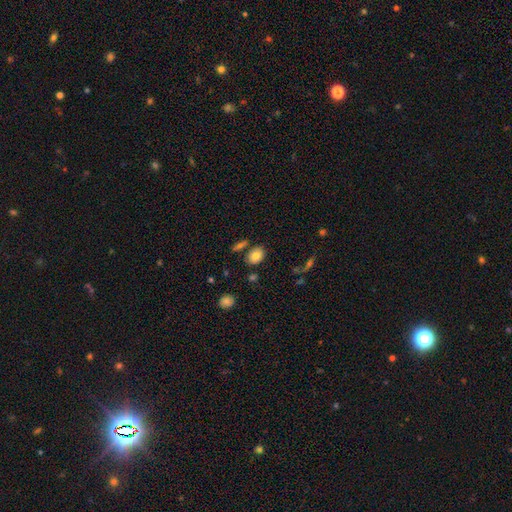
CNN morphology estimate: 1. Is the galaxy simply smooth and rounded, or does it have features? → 81% smooth, 10% featured or disk, 9% star or artifact.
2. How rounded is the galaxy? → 75% in between, 24% round, 1% cigar-shaped.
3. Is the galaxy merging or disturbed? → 77% none, 11% minor disturbance, 8% merger, 3% major disturbance.